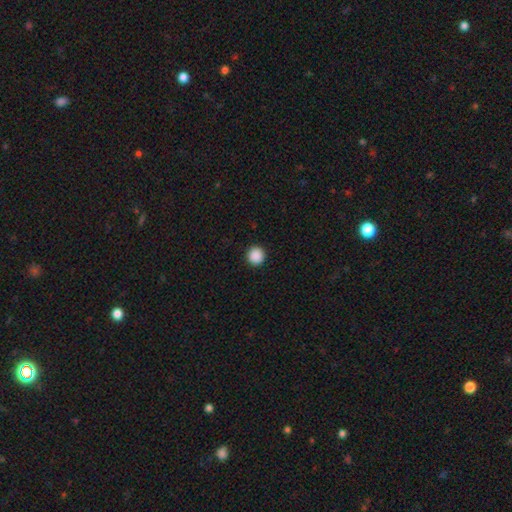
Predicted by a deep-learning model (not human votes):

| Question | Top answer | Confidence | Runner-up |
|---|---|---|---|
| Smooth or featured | smooth | 89% | star or artifact (9%) |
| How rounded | round | 94% | in between (5%) |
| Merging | none | 93% | minor disturbance (4%) |